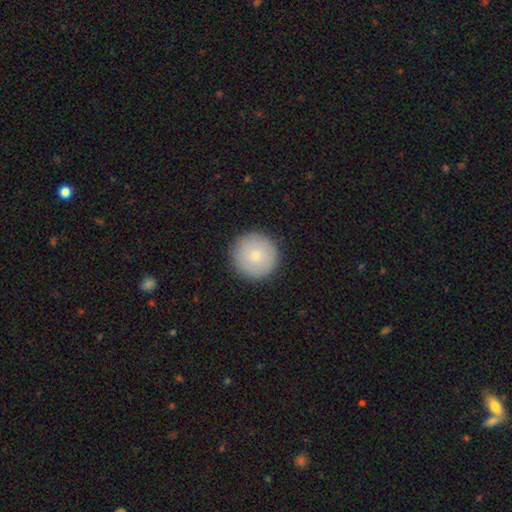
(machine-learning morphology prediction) A smooth galaxy with no disk features (80%) that is round (96%).

Vote fractions:
- Smooth or featured? smooth: 80% / featured or disk: 13% / star or artifact: 7%
- How rounded? round: 96% / in between: 3% / cigar-shaped: 1%
- Merging? none: 91% / minor disturbance: 6% / major disturbance: 2% / merger: 1%